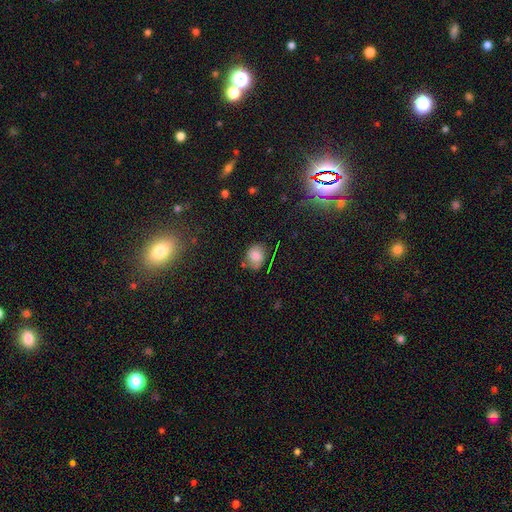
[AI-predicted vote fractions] Q: Smooth or featured?
A: smooth (73%); runner-up: featured or disk (14%)
Q: How rounded?
A: round (58%); runner-up: in between (41%)
Q: Merging?
A: none (63%); runner-up: minor disturbance (26%)